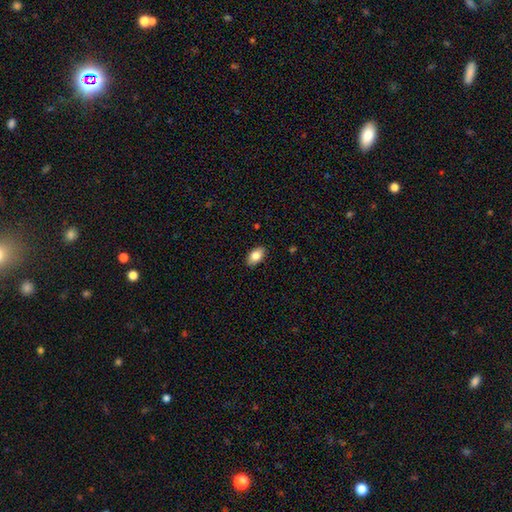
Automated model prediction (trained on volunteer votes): Smooth or featured?
  - smooth: 83% *
  - featured or disk: 9%
  - star or artifact: 7%
How rounded?
  - in between: 92% *
  - round: 6%
  - cigar-shaped: 2%
Merging?
  - none: 89% *
  - minor disturbance: 9%
  - major disturbance: 2%
  - merger: 1%